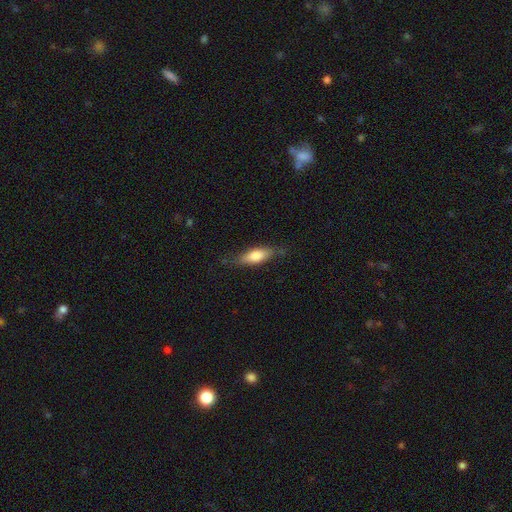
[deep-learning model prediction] Smooth or featured? Predicted: smooth (p=0.68). How rounded? Predicted: in between (p=0.61). Merging? Predicted: none (p=0.73).